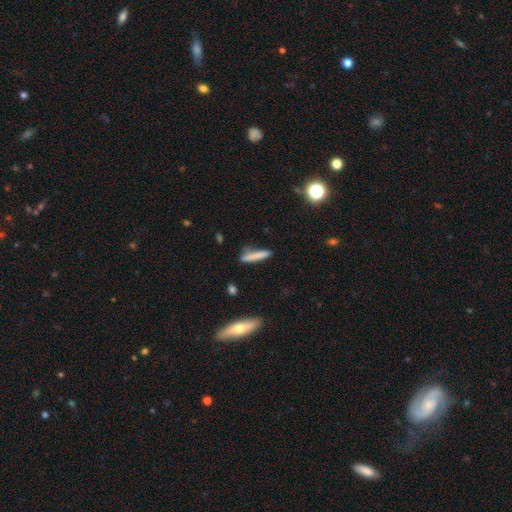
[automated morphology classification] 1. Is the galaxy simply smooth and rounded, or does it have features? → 79% smooth, 14% featured or disk, 7% star or artifact.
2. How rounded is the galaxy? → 90% cigar-shaped, 8% in between, 1% round.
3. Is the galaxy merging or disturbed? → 79% none, 15% minor disturbance, 3% major disturbance, 3% merger.